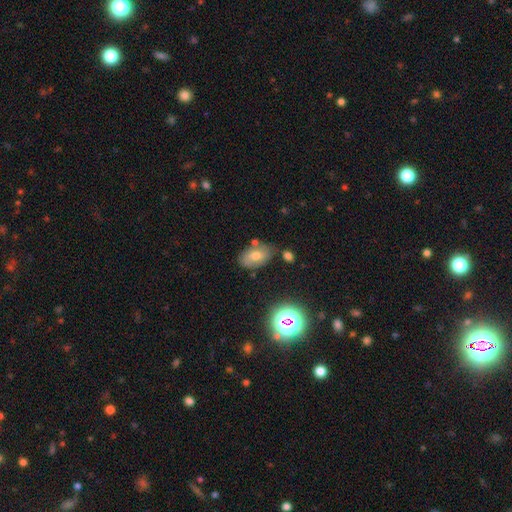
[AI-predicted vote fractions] Smooth or featured? Predicted: smooth (p=0.65). How rounded? Predicted: in between (p=0.90). Merging? Predicted: none (p=0.69).